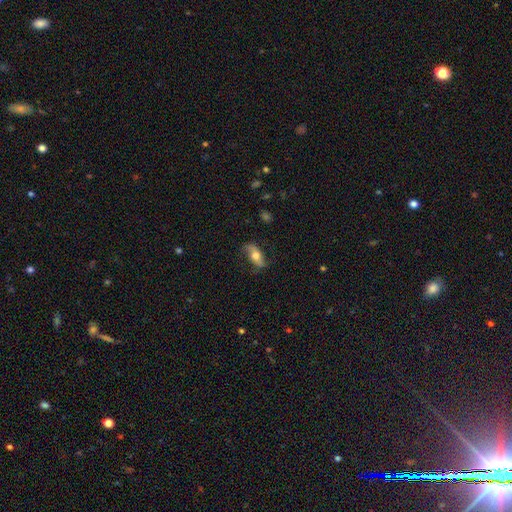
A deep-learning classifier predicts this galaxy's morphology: smooth_or_featured: featured or disk (p=0.50) [alt: smooth p=0.43]
disk_edge_on: no (p=0.71) [alt: yes p=0.29]
merging: none (p=0.74) [alt: minor disturbance p=0.19]